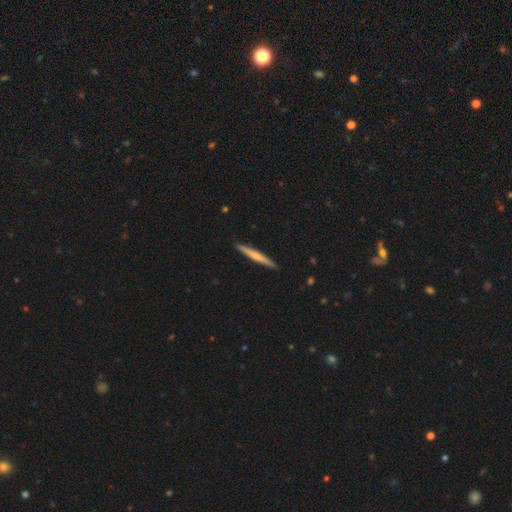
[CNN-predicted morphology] Q: Smooth or featured?
A: smooth (53%); runner-up: featured or disk (42%)
Q: How rounded?
A: cigar-shaped (96%); runner-up: in between (2%)
Q: Merging?
A: none (91%); runner-up: minor disturbance (6%)